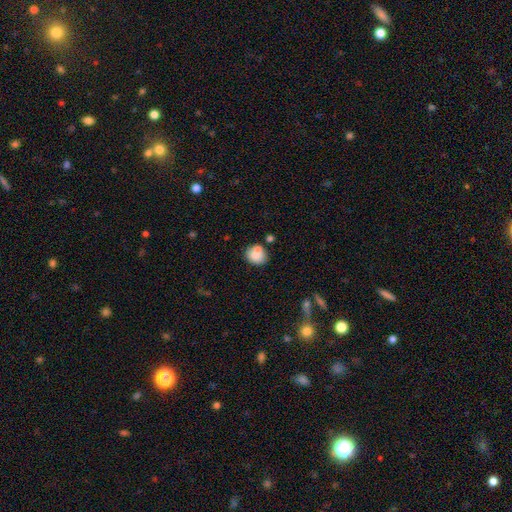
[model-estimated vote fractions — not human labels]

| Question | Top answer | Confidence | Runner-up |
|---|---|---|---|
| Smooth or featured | smooth | 83% | featured or disk (9%) |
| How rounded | round | 68% | in between (31%) |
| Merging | none | 61% | merger (19%) |